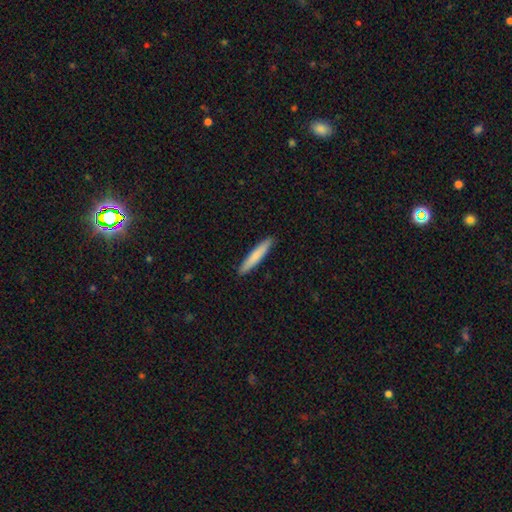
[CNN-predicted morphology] Q: Smooth or featured?
A: smooth (77%); runner-up: featured or disk (18%)
Q: How rounded?
A: cigar-shaped (94%); runner-up: in between (5%)
Q: Merging?
A: none (91%); runner-up: minor disturbance (6%)